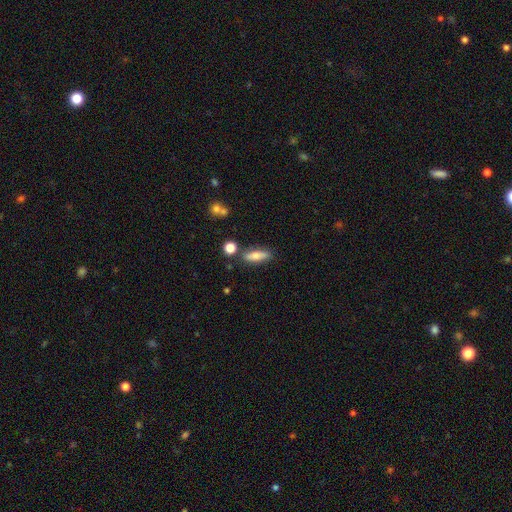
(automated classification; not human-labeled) The model was most divided on "how rounded": cigar-shaped: 51%, in between: 45%, round: 4%. More confident: merging — none (78%); smooth or featured — smooth (71%).